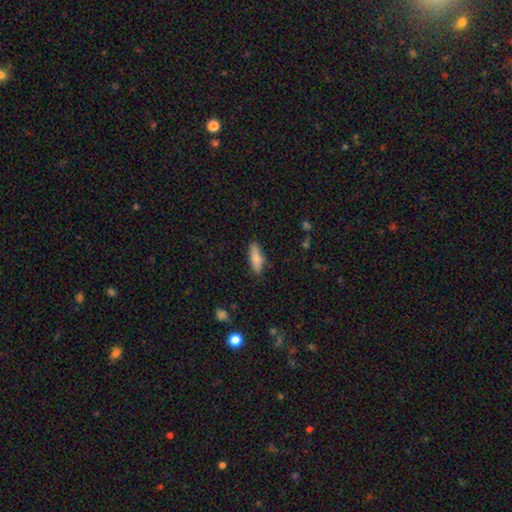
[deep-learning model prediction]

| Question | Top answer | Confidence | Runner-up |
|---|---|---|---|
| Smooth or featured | smooth | 76% | featured or disk (16%) |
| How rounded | in between | 51% | cigar-shaped (46%) |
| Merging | none | 85% | minor disturbance (11%) |